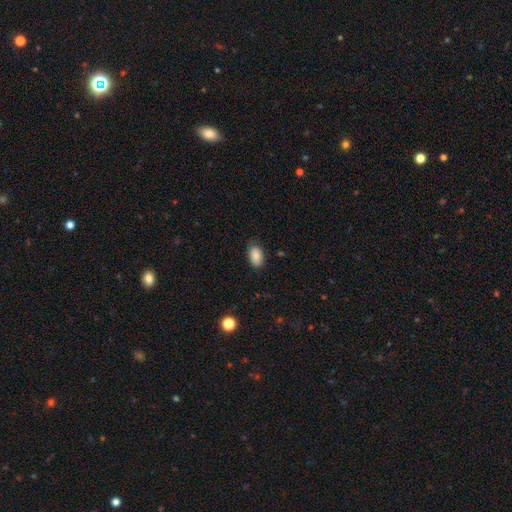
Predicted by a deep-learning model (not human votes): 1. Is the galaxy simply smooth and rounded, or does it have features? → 86% smooth, 8% star or artifact, 6% featured or disk.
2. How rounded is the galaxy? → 92% in between, 7% round, 1% cigar-shaped.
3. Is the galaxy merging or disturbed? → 79% none, 16% minor disturbance, 3% major disturbance, 1% merger.